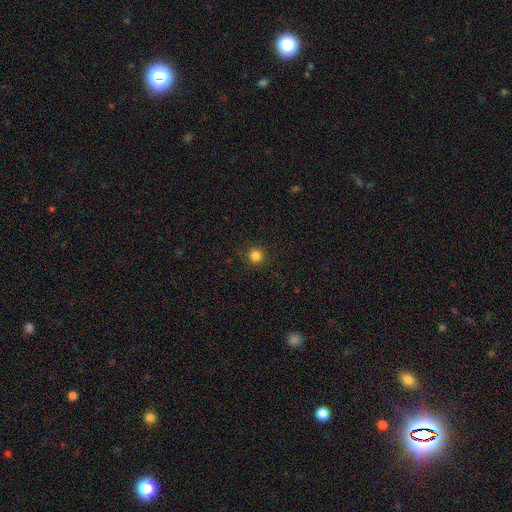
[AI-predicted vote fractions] Smooth or featured? Predicted: smooth (p=0.83). How rounded? Predicted: round (p=0.94). Merging? Predicted: none (p=0.90).